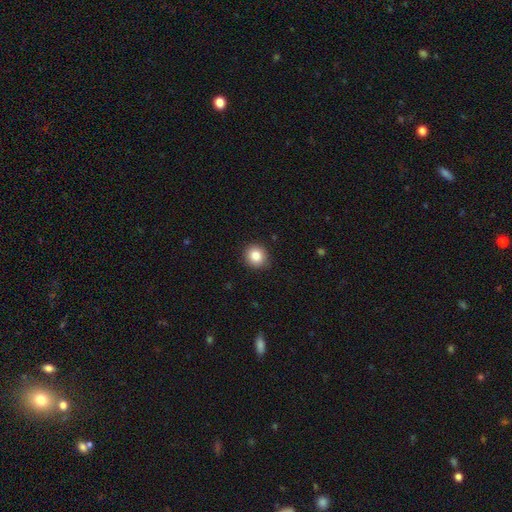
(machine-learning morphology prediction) Q: Smooth or featured?
A: smooth (85%); runner-up: star or artifact (10%)
Q: How rounded?
A: round (87%); runner-up: in between (12%)
Q: Merging?
A: none (90%); runner-up: minor disturbance (7%)